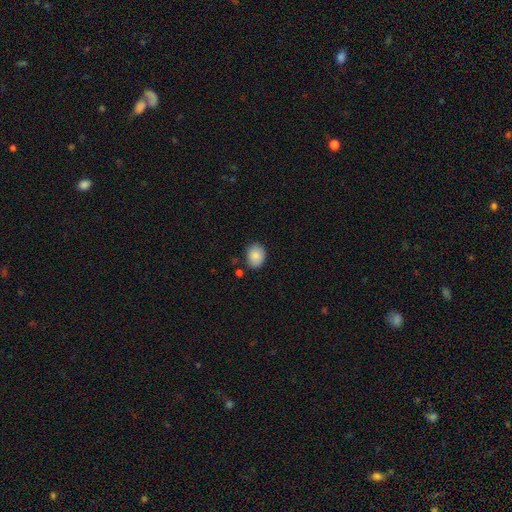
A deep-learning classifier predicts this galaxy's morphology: smooth 87%, star or artifact 7%, featured or disk 6%. Down the decision tree: how rounded — in between (62%); merging — none (82%).